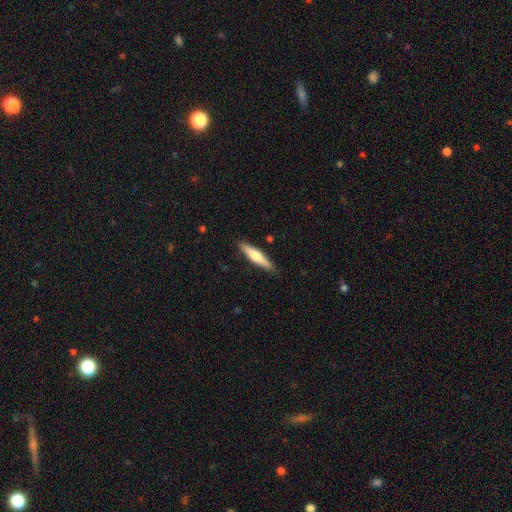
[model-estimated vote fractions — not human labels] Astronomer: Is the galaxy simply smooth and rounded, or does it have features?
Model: featured or disk — 48% (runner-up: smooth, 47%).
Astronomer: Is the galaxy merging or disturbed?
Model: none — 88%.